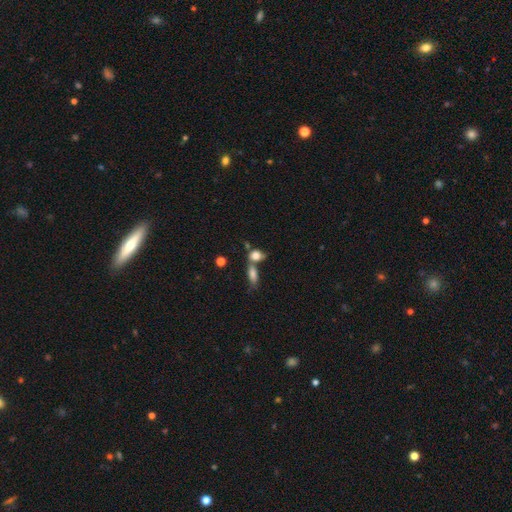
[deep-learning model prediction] Morphology: type=smooth (78%); roundness=in between (58%); merging=merger (46%).